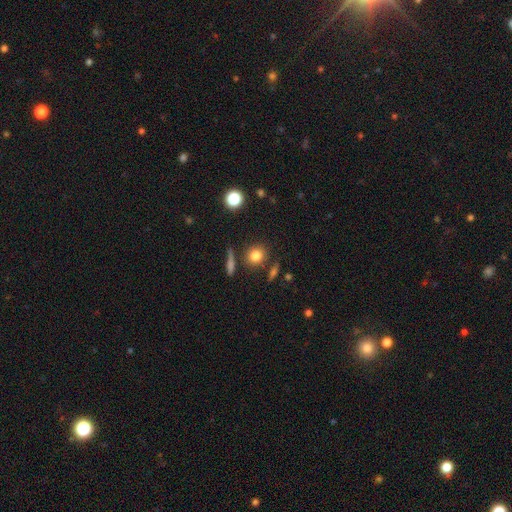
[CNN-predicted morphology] Q: Smooth or featured?
A: smooth (80%); runner-up: star or artifact (11%)
Q: How rounded?
A: round (79%); runner-up: in between (18%)
Q: Merging?
A: none (81%); runner-up: minor disturbance (9%)